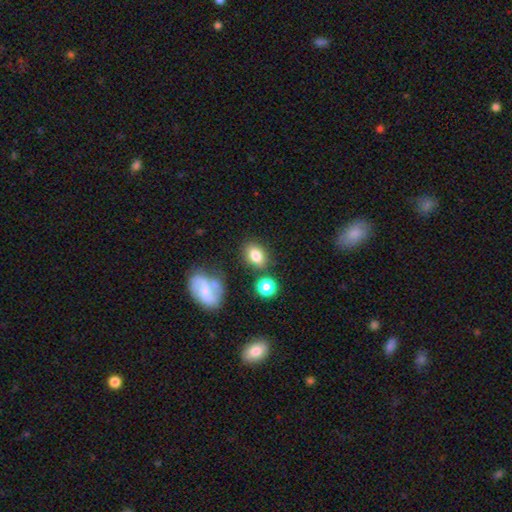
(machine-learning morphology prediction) A smooth galaxy with no disk features (77%) that is in between round and cigar-shaped (72%). Merging: none (73%).